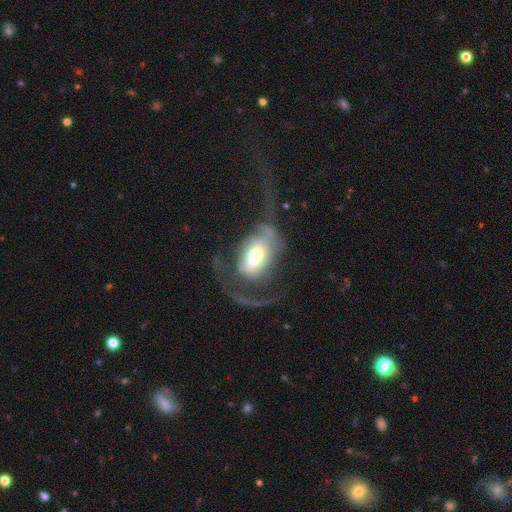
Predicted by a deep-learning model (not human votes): This appears to be a featured or disk galaxy (55%) with no bar (57%), spiral arms (56%) and a moderate central bulge (50%). Merging: major disturbance (58%).